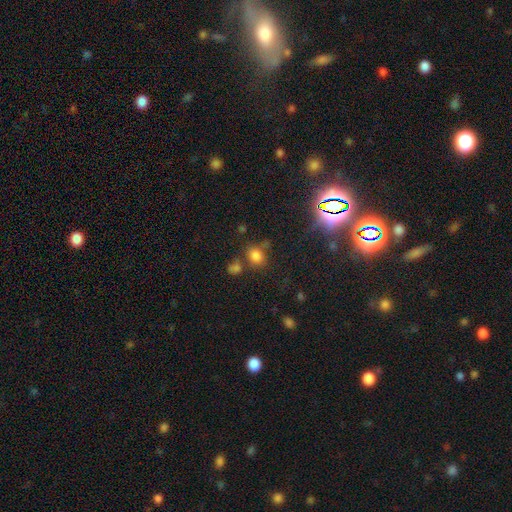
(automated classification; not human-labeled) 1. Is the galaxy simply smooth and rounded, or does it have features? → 74% smooth, 19% star or artifact, 7% featured or disk.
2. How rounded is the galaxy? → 58% round, 40% in between, 1% cigar-shaped.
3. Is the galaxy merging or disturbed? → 62% none, 15% merger, 15% minor disturbance, 7% major disturbance.